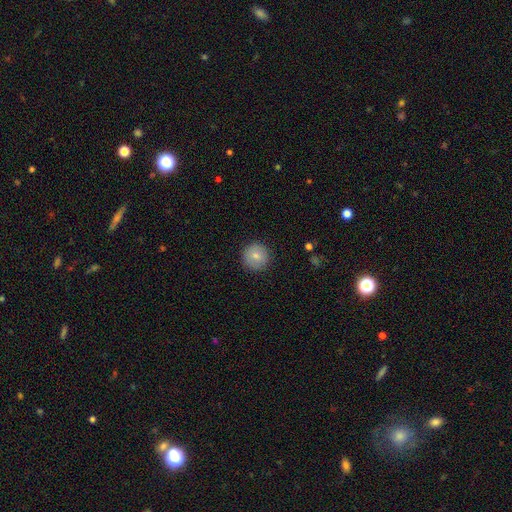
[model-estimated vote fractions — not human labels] Smooth or featured? Predicted: smooth (p=0.80). How rounded? Predicted: round (p=0.95). Merging? Predicted: none (p=0.89).